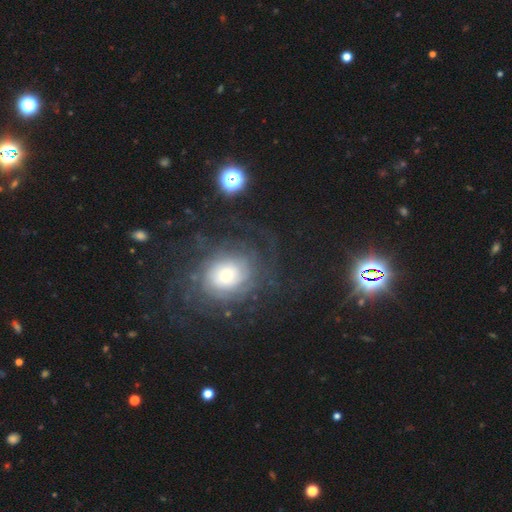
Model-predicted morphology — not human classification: smooth_or_featured: smooth (p=0.42) [alt: star or artifact p=0.33]
merging: none (p=0.83) [alt: minor disturbance p=0.10]